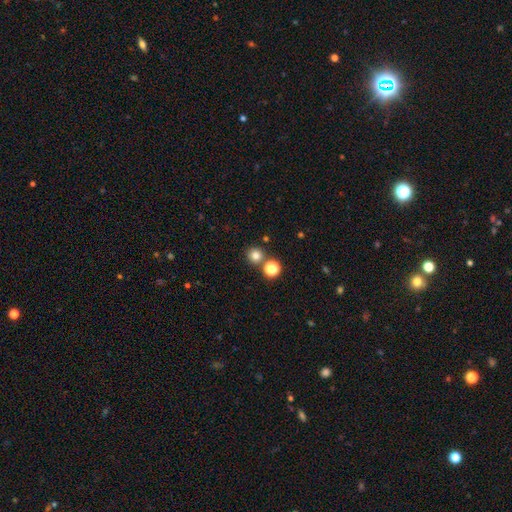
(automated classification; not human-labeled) smooth 78%, star or artifact 16%, featured or disk 6%. Down the decision tree: how rounded — round (93%); merging — none (78%).